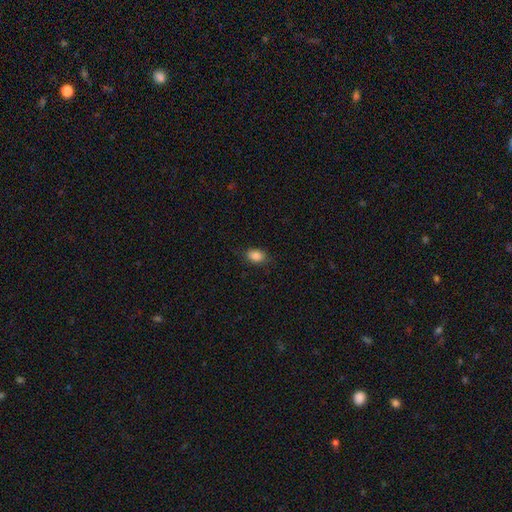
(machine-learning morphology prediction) Smooth or featured: smooth — 87% (star or artifact — 9%)
How rounded: in between — 77% (round — 22%)
Merging: none — 82% (minor disturbance — 13%)